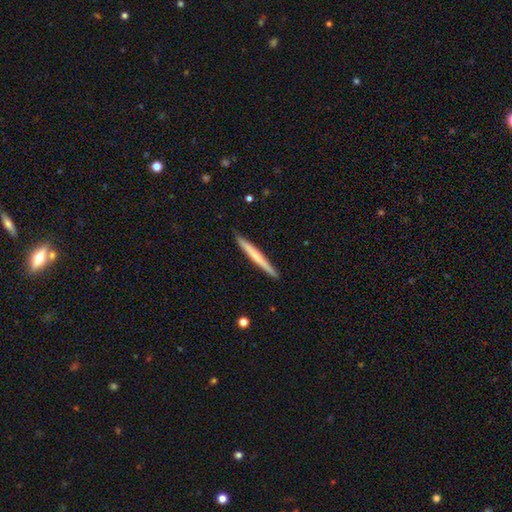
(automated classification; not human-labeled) The model was most divided on "smooth or featured": smooth: 55%, featured or disk: 40%, star or artifact: 5%. More confident: how rounded — cigar-shaped (97%); merging — none (92%).